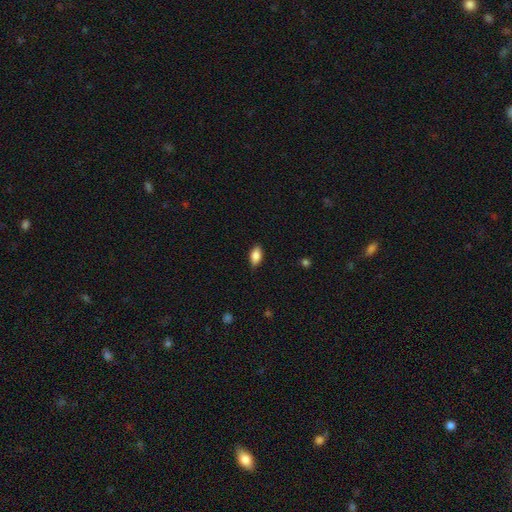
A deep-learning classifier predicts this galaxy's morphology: smooth-or-featured: smooth: 85% | featured or disk: 8% | star or artifact: 7%
  how-rounded: in between: 90% | cigar-shaped: 5% | round: 5%
  merging: none: 82% | minor disturbance: 14% | major disturbance: 3% | merger: 1%